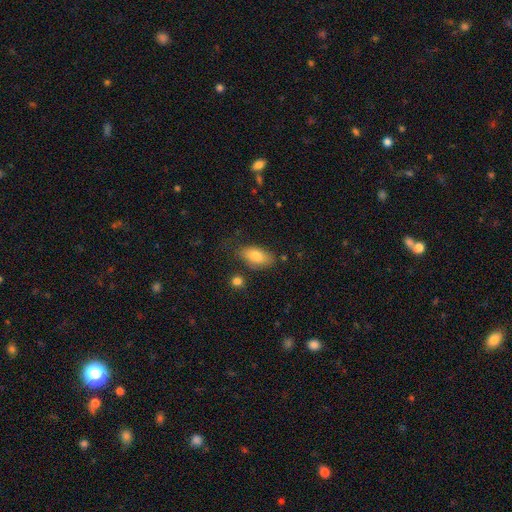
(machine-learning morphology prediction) Smooth or featured? Predicted: smooth (p=0.79). How rounded? Predicted: in between (p=0.90). Merging? Predicted: none (p=0.70).